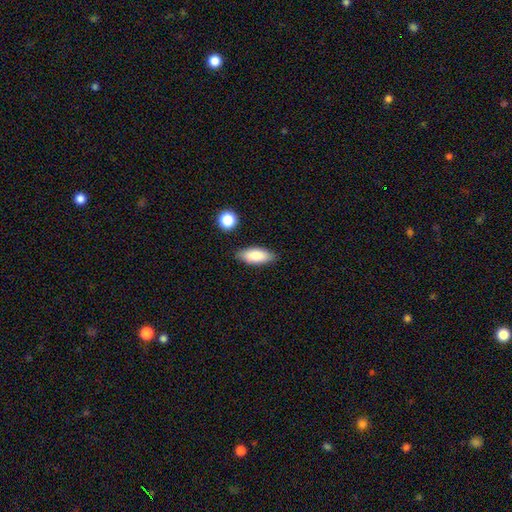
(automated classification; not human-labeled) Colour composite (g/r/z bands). It shows a smooth galaxy with no disk features (84%) that is in between round and cigar-shaped (79%). Merging: none (85%).